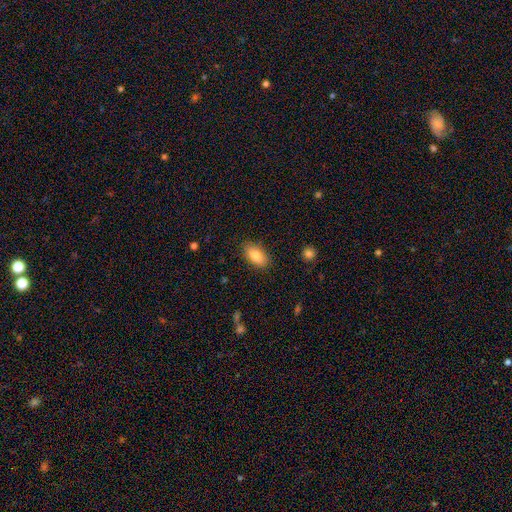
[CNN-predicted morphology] Q: Smooth or featured?
A: smooth (85%); runner-up: featured or disk (8%)
Q: How rounded?
A: in between (92%); runner-up: round (5%)
Q: Merging?
A: none (86%); runner-up: minor disturbance (11%)